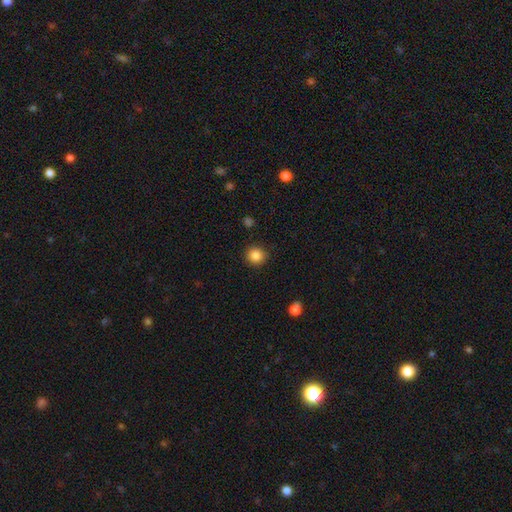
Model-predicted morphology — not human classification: Overall: smooth (85%). How rounded: round (90%). Merging: none (90%).